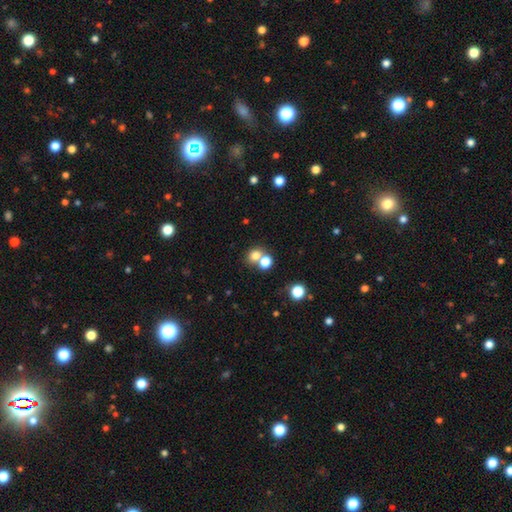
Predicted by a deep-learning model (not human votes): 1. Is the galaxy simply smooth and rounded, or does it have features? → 75% smooth, 15% star or artifact, 9% featured or disk.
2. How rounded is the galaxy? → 67% round, 32% in between, 1% cigar-shaped.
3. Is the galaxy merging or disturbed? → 46% none, 44% merger, 7% minor disturbance, 4% major disturbance.